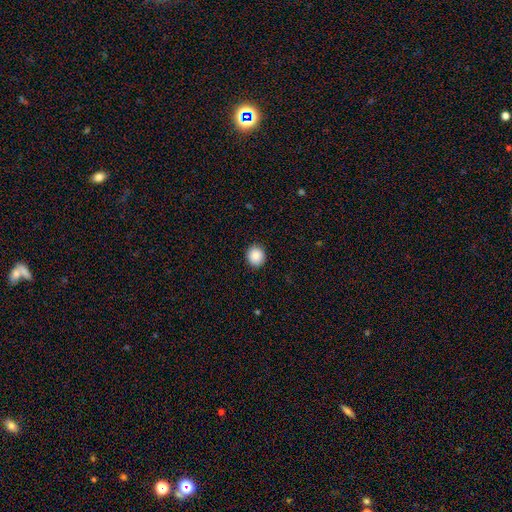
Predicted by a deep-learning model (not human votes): Smooth or featured: smooth — 88% (star or artifact — 8%)
How rounded: round — 85% (in between — 14%)
Merging: none — 91% (minor disturbance — 6%)